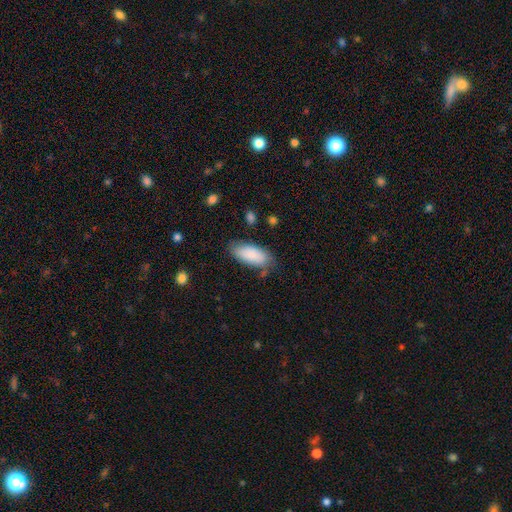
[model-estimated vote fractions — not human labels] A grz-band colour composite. It shows a smooth galaxy with no disk features (86%) that is in between round and cigar-shaped (87%). Merging: none (75%).